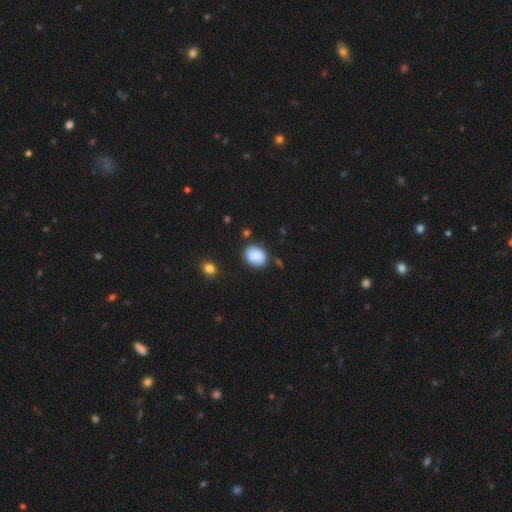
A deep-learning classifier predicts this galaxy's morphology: This appears to be a smooth galaxy with no disk features (88%) that is in between round and cigar-shaped (55%). Merging: none (78%).